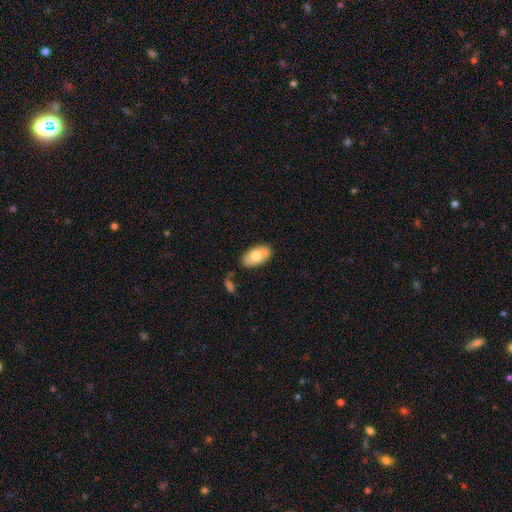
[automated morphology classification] A smooth galaxy with no disk features (69%) that is in between round and cigar-shaped (93%). Merging: none (65%).